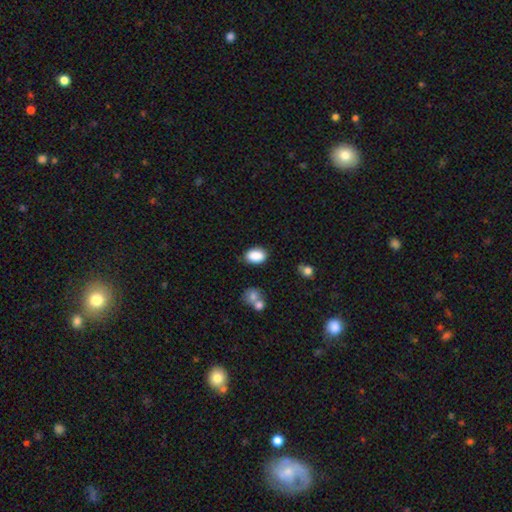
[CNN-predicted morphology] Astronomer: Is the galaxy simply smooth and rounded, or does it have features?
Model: smooth — 88%.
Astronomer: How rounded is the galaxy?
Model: in between — 86%.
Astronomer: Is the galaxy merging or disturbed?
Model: none — 80%.